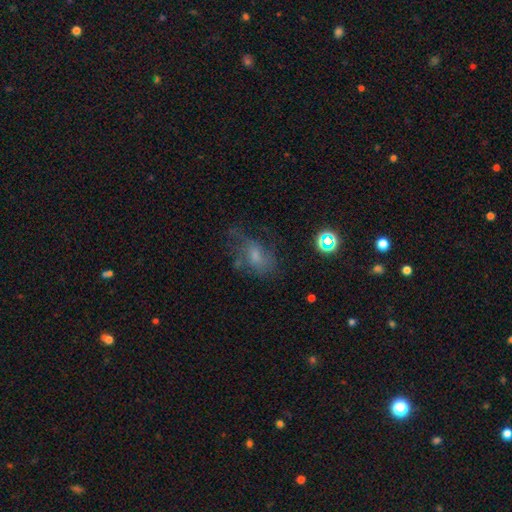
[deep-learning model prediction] Morphology: type=smooth (45%); merging=none (41%).